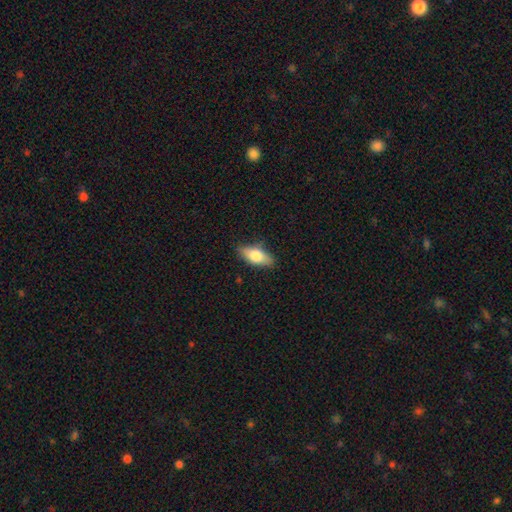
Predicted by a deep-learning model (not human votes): Q: Smooth or featured?
A: smooth (74%); runner-up: featured or disk (19%)
Q: How rounded?
A: in between (83%); runner-up: cigar-shaped (13%)
Q: Merging?
A: none (82%); runner-up: minor disturbance (14%)